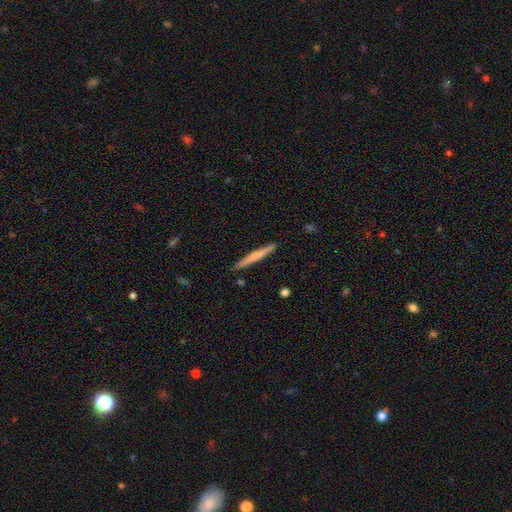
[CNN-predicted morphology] Smooth or featured?
  - smooth: 58% *
  - featured or disk: 37%
  - star or artifact: 5%
How rounded?
  - cigar-shaped: 96% *
  - in between: 2%
  - round: 1%
Merging?
  - none: 91% *
  - minor disturbance: 7%
  - major disturbance: 1%
  - merger: 1%